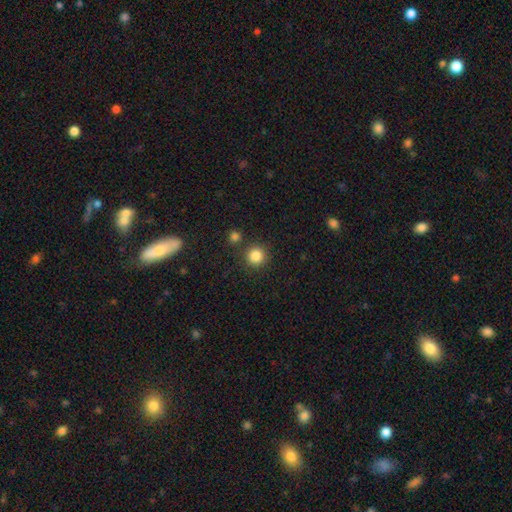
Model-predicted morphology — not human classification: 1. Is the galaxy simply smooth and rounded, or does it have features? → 85% smooth, 11% star or artifact, 4% featured or disk.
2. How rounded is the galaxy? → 93% round, 6% in between, 1% cigar-shaped.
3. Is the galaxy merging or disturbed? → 84% none, 7% minor disturbance, 6% merger, 3% major disturbance.